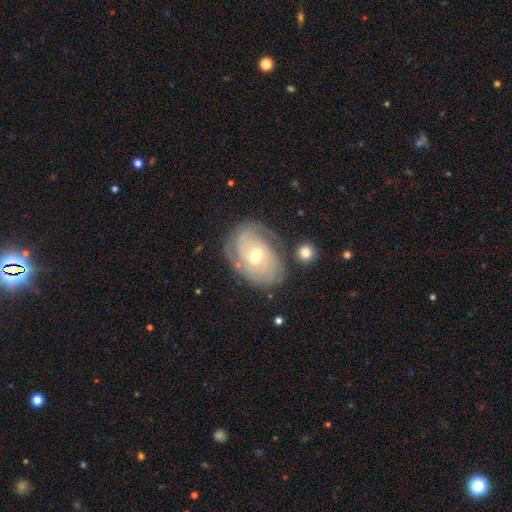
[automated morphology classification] Smooth or featured: featured or disk — 81% (smooth — 12%)
Edge-on disk: no — 96% (yes — 4%)
Bar: no — 55% (weak — 36%)
Spiral arms: yes — 92% (no — 8%)
Spiral winding: tight — 72% (medium — 22%)
Spiral arm count: can't tell — 35% (2 — 31%)
Bulge size: moderate — 65% (small — 30%)
Merging: none — 72% (minor disturbance — 18%)